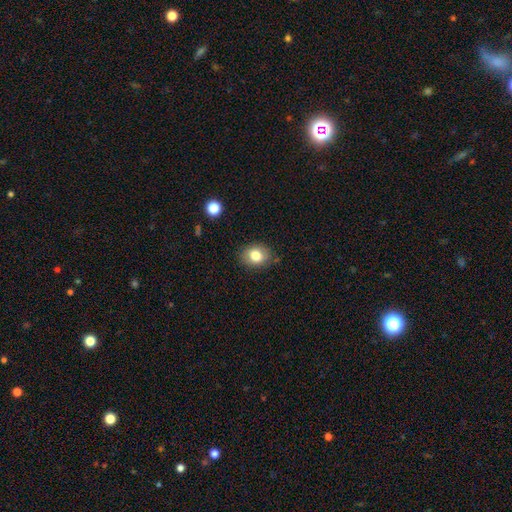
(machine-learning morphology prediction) Overall: smooth (80%). How rounded: in between (54%; round 45%). Merging: none (83%).